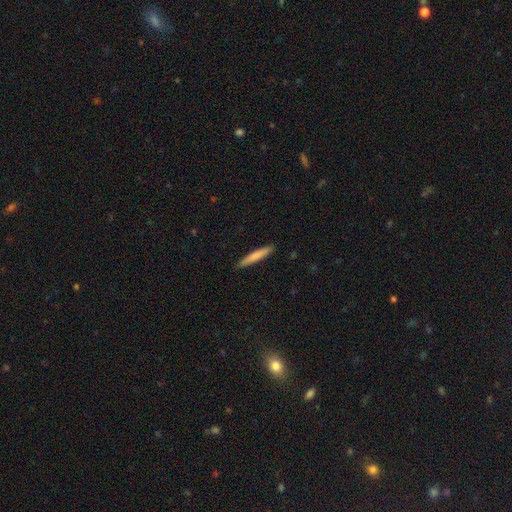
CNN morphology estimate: A smooth galaxy with no disk features (77%) that is cigar-shaped (94%).

Vote fractions:
- Smooth or featured? smooth: 77% / featured or disk: 18% / star or artifact: 5%
- How rounded? cigar-shaped: 94% / in between: 5% / round: 1%
- Merging? none: 89% / minor disturbance: 8% / major disturbance: 1% / merger: 1%